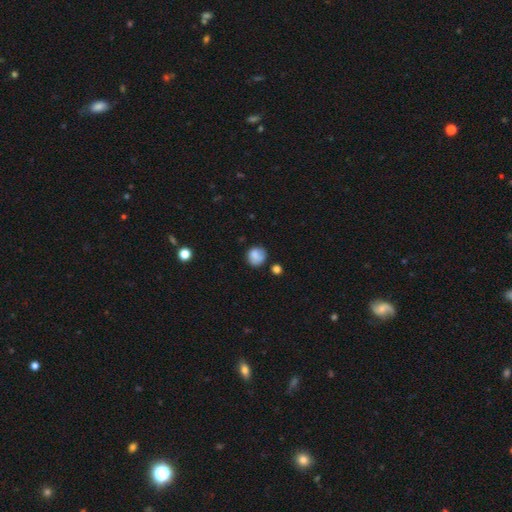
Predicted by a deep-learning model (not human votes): Overall: smooth (78%). How rounded: round (81%). Merging: none (61%; minor disturbance 22%).